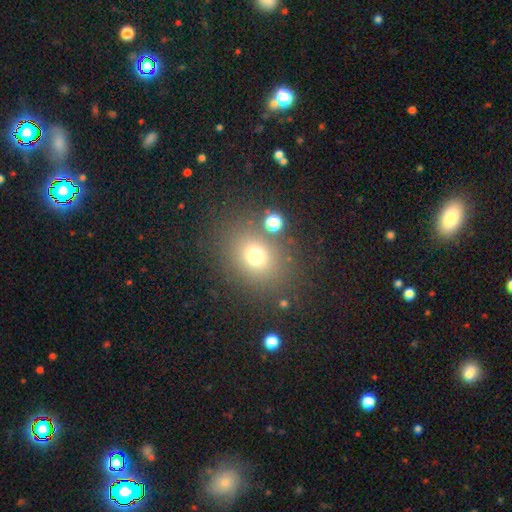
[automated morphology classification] Smooth or featured? smooth (70%)
How rounded? round (60%)
Merging? none (78%)